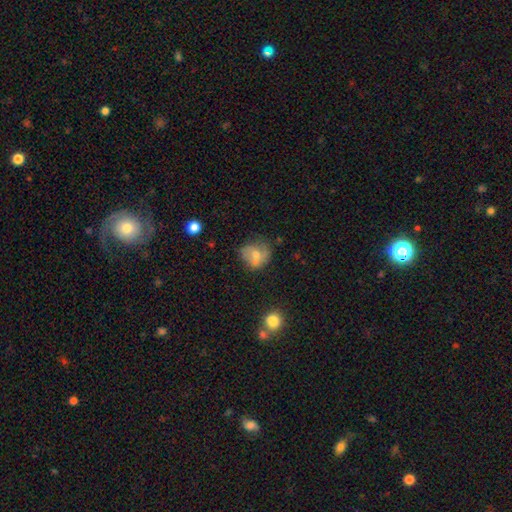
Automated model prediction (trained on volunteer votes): Morphology: type=smooth (61%); roundness=round (70%); merging=none (46%).